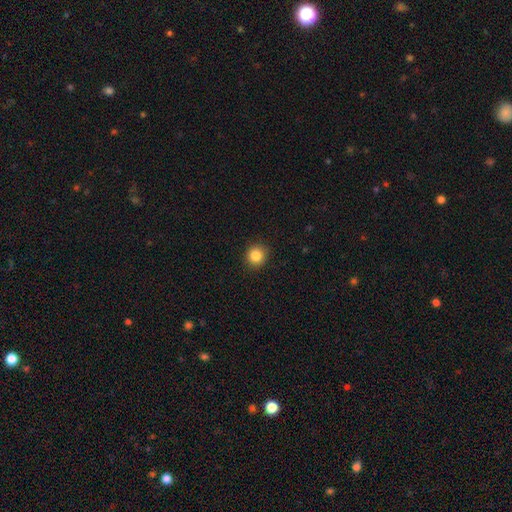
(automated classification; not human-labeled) Smooth or featured? Predicted: smooth (p=0.86). How rounded? Predicted: round (p=0.90). Merging? Predicted: none (p=0.91).